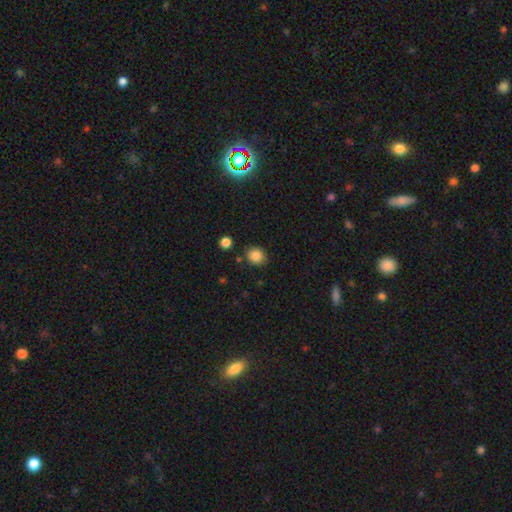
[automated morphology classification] Smooth or featured: smooth — 85% (star or artifact — 10%)
How rounded: round — 76% (in between — 23%)
Merging: none — 84% (minor disturbance — 9%)